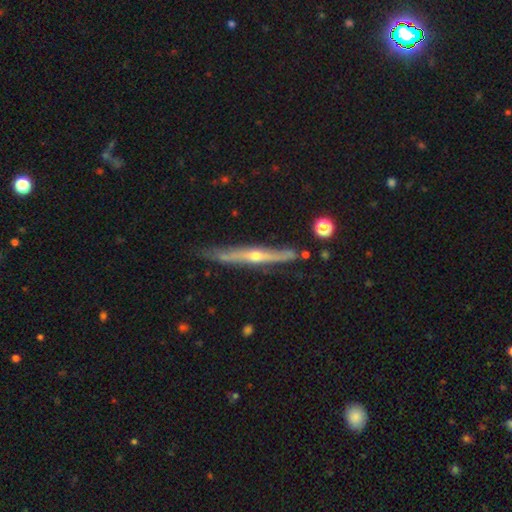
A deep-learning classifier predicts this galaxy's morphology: A featured or disk galaxy (78%) viewed edge-on (96%) with a rounded central bulge (86%). Merging: none (85%).